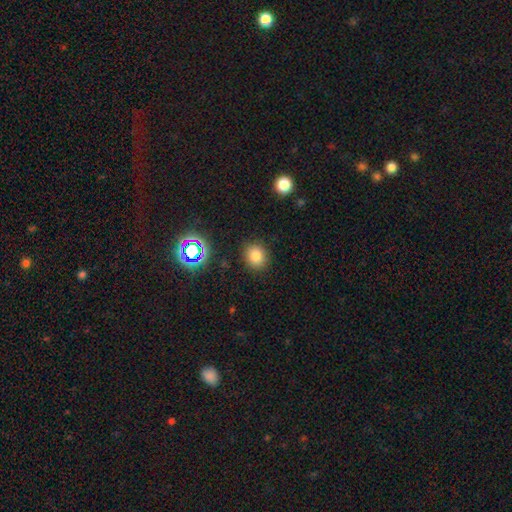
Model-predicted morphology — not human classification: Smooth or featured: smooth — 79% (star or artifact — 15%)
How rounded: round — 72% (in between — 27%)
Merging: none — 88% (minor disturbance — 8%)